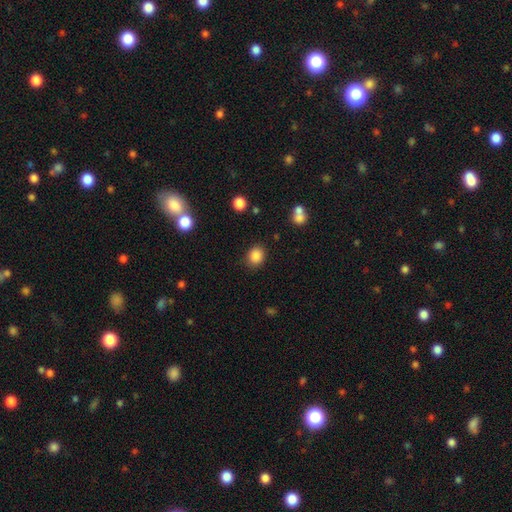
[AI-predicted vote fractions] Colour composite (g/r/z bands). It shows a smooth galaxy with no disk features (86%) that is round (66%). Merging: none (85%).